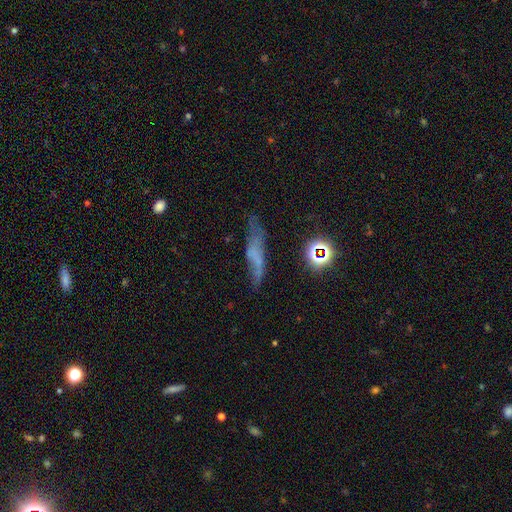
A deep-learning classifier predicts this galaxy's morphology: Smooth or featured?
  - smooth: 41% *
  - featured or disk: 38%
  - star or artifact: 20%
Merging?
  - none: 51% *
  - minor disturbance: 26%
  - major disturbance: 17%
  - merger: 6%